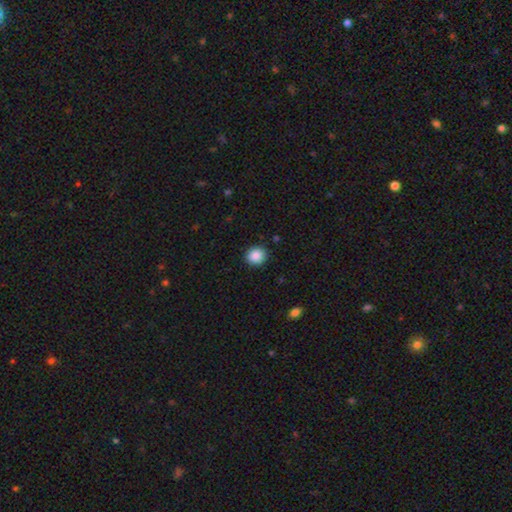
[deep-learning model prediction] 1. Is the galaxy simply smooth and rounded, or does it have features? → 88% smooth, 9% star or artifact, 3% featured or disk.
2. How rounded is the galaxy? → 84% round, 15% in between, 1% cigar-shaped.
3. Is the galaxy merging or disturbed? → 90% none, 7% minor disturbance, 2% major disturbance, 1% merger.